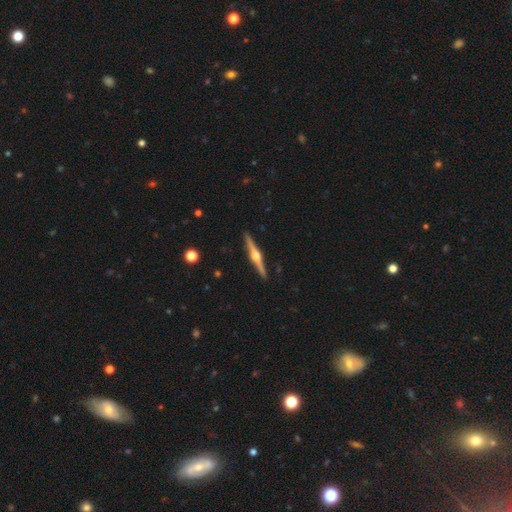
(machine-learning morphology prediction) Q: Smooth or featured?
A: featured or disk (86%); runner-up: smooth (9%)
Q: Edge-on disk?
A: yes (99%); runner-up: no (1%)
Q: Edge-on bulge?
A: rounded (95%); runner-up: boxy (4%)
Q: Merging?
A: none (92%); runner-up: minor disturbance (6%)